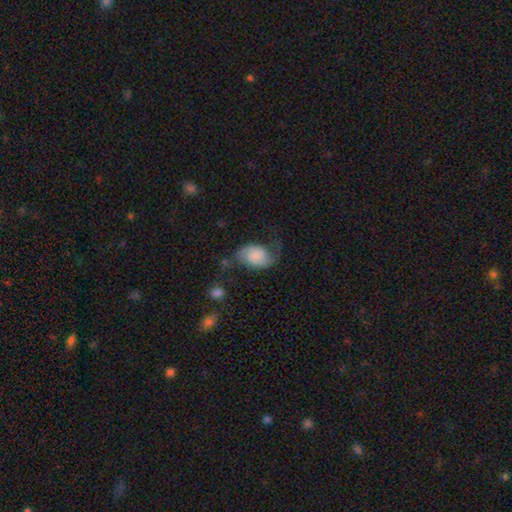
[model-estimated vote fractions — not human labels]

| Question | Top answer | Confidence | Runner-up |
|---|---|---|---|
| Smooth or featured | featured or disk | 54% | smooth (37%) |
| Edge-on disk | no | 97% | yes (3%) |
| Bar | no | 71% | weak (24%) |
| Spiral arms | yes | 90% | no (10%) |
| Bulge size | none | 33% | small (25%) |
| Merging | none | 45% | major disturbance (25%) |